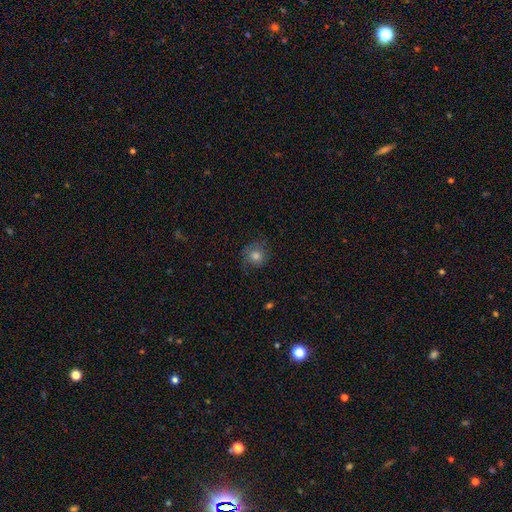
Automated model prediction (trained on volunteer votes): This is likely a smooth galaxy (72%). How rounded: clearly round (86%). Merging: likely none (74%).